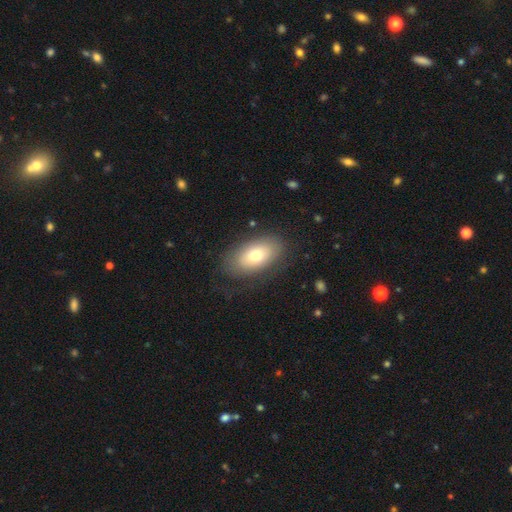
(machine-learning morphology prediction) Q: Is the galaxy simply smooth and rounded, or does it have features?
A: smooth — 70%.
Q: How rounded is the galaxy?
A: in between — 92%.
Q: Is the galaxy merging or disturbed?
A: none — 77%.